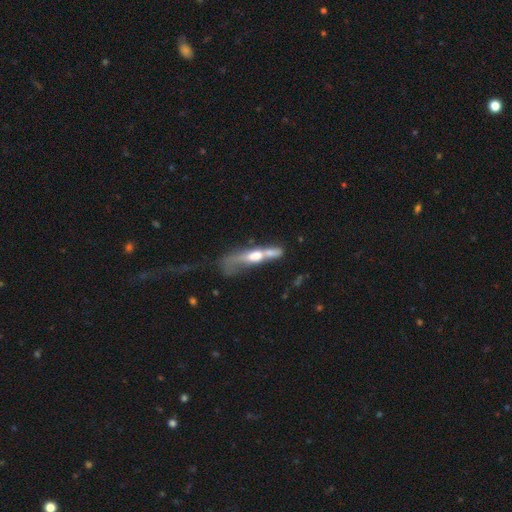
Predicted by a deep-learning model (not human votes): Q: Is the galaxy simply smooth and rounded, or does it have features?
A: featured or disk — 48%.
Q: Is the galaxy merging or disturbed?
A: merger — 43%.